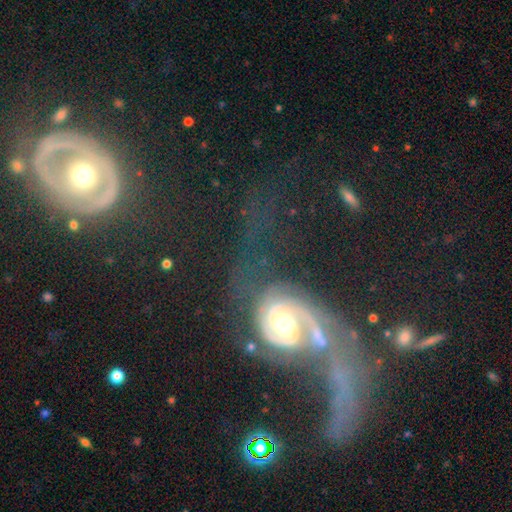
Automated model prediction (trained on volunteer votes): Smooth or featured? featured or disk (73%)
Edge-on disk? no (95%)
Bar? no (58%)
Spiral arms? yes (75%)
Spiral winding? loose (61%)
Spiral arm count? 2 (62%)
Bulge size? moderate (60%)
Merging? major disturbance (42%)